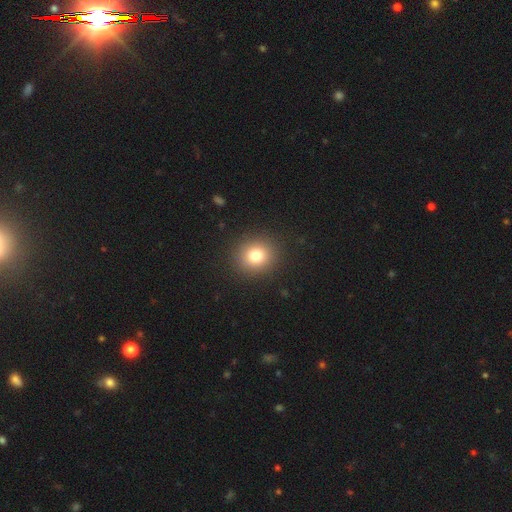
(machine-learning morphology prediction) This appears to be a smooth galaxy with no disk features (79%) that is round (86%). Merging: none (90%).